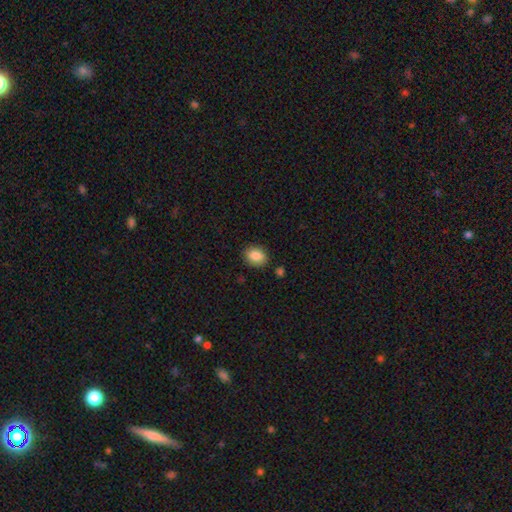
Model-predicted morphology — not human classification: Smooth or featured? smooth (87%)
How rounded? in between (55%)
Merging? none (85%)